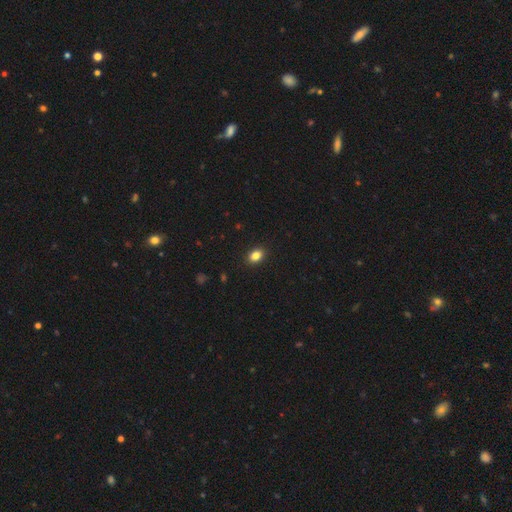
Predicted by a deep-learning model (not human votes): Q: Smooth or featured?
A: smooth (85%); runner-up: star or artifact (10%)
Q: How rounded?
A: in between (78%); runner-up: round (21%)
Q: Merging?
A: none (90%); runner-up: minor disturbance (7%)